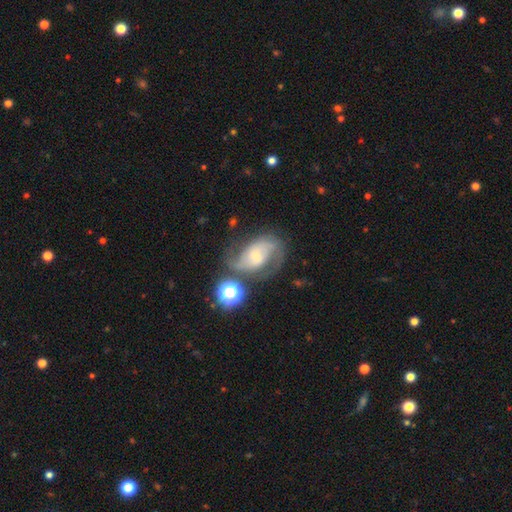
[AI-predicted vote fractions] Smooth or featured? featured or disk (76%)
Edge-on disk? no (97%)
Bar? no (49%)
Spiral arms? yes (93%)
Spiral winding? medium (45%)
Spiral arm count? 2 (85%)
Bulge size? small (58%)
Merging? none (53%)